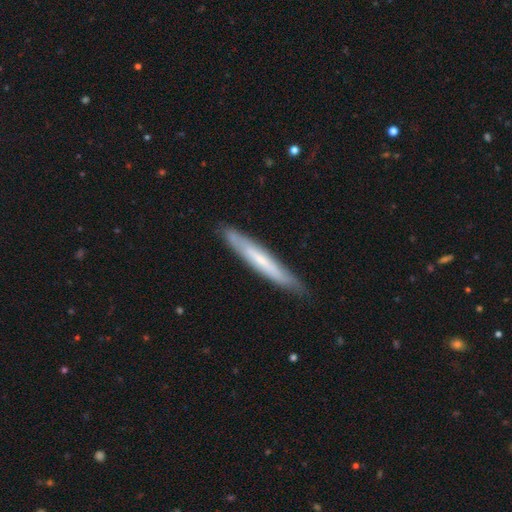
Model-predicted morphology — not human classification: A smooth galaxy with no disk features (49%).

Vote fractions:
- Smooth or featured? smooth: 49% / featured or disk: 45% / star or artifact: 6%
- Merging? none: 84% / minor disturbance: 13% / major disturbance: 2% / merger: 1%